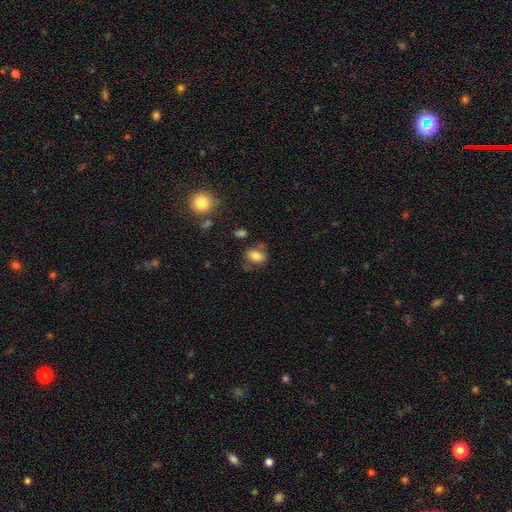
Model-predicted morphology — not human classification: smooth 76%, featured or disk 14%, star or artifact 10%. Down the decision tree: how rounded — in between (75%); merging — none (60%).